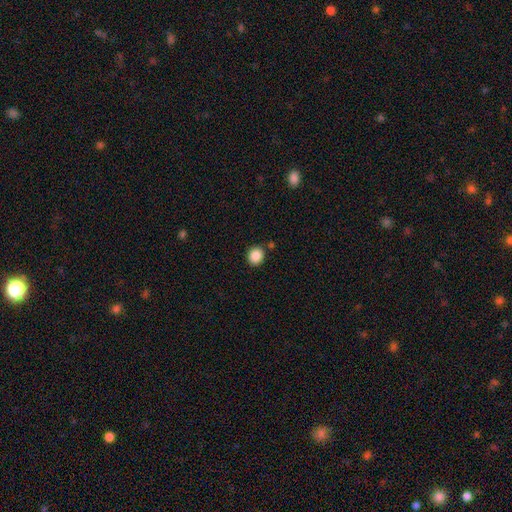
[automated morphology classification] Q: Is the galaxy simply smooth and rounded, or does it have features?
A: smooth — 88%.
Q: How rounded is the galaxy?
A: round — 77%.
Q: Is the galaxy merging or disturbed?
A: none — 85%.